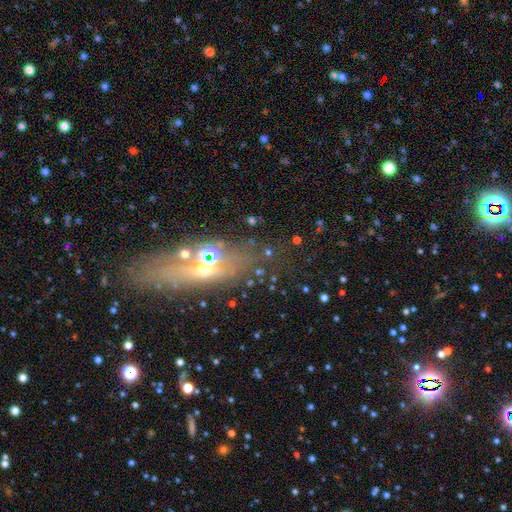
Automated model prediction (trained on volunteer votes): Smooth or featured? star or artifact (35%)